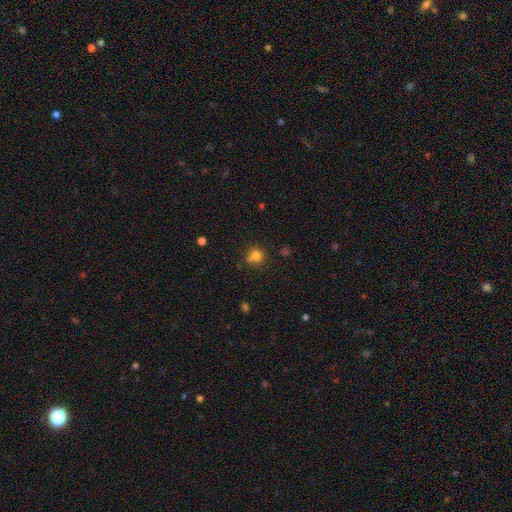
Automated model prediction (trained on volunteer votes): smooth-or-featured: smooth: 78% | star or artifact: 14% | featured or disk: 8%
  how-rounded: round: 85% | in between: 14% | cigar-shaped: 1%
  merging: none: 62% | merger: 17% | minor disturbance: 16% | major disturbance: 5%